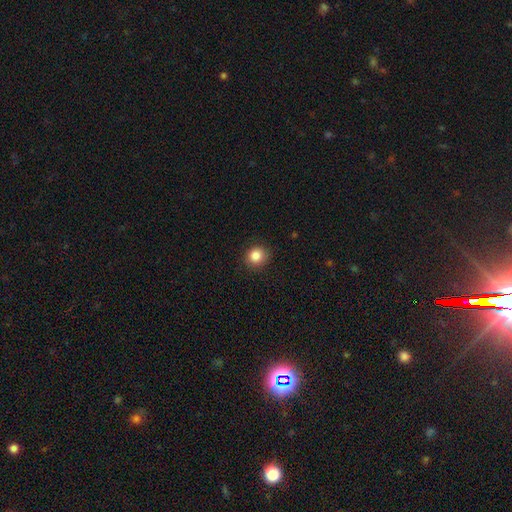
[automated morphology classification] Smooth or featured: smooth — 86% (star or artifact — 10%)
How rounded: round — 84% (in between — 15%)
Merging: none — 88% (minor disturbance — 9%)